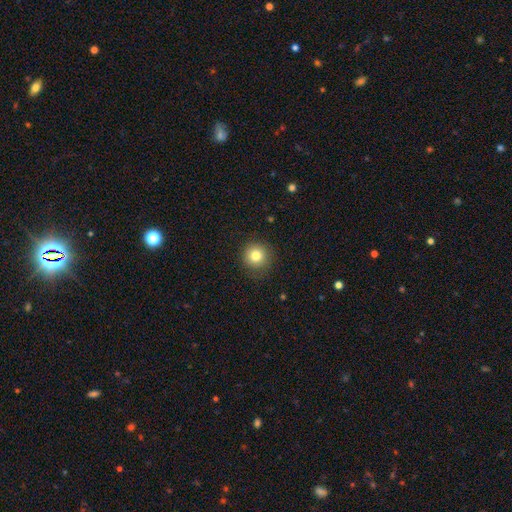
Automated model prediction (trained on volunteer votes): Smooth or featured? smooth (81%)
How rounded? round (94%)
Merging? none (87%)